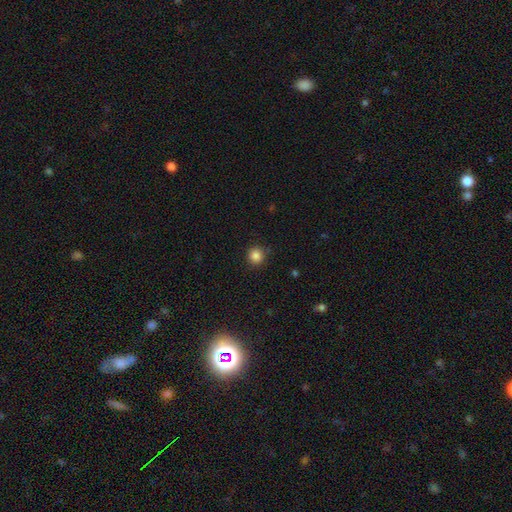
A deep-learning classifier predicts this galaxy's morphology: A smooth galaxy with no disk features (85%) that is round (91%).

Vote fractions:
- Smooth or featured? smooth: 85% / star or artifact: 11% / featured or disk: 3%
- How rounded? round: 91% / in between: 8% / cigar-shaped: 1%
- Merging? none: 88% / minor disturbance: 8% / major disturbance: 2% / merger: 1%